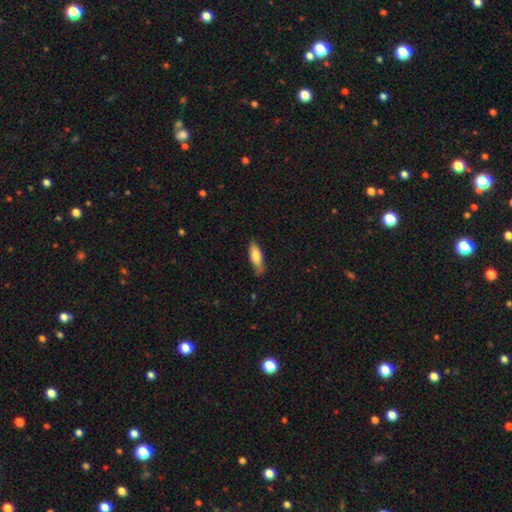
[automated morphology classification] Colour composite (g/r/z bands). It shows a smooth galaxy with no disk features (78%) that is in between round and cigar-shaped (67%). Merging: none (68%).